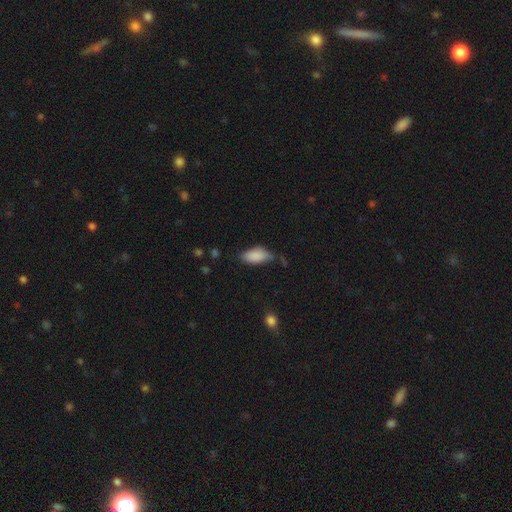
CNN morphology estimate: Smooth or featured?
  - smooth: 86% *
  - featured or disk: 7%
  - star or artifact: 7%
How rounded?
  - in between: 91% *
  - cigar-shaped: 7%
  - round: 3%
Merging?
  - none: 47% *
  - minor disturbance: 37%
  - major disturbance: 11%
  - merger: 4%